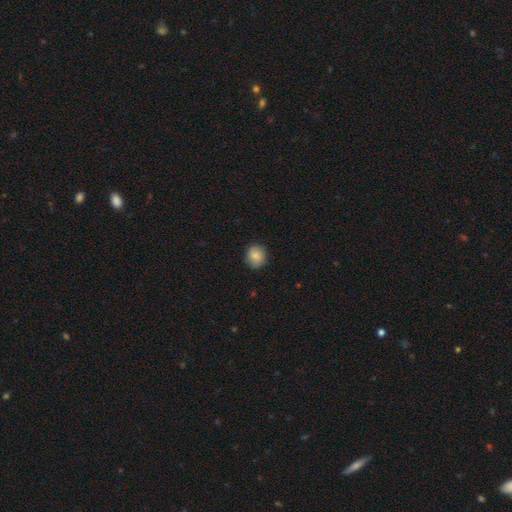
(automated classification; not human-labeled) This appears to be a smooth galaxy with no disk features (84%) that is round (77%). Merging: none (85%).